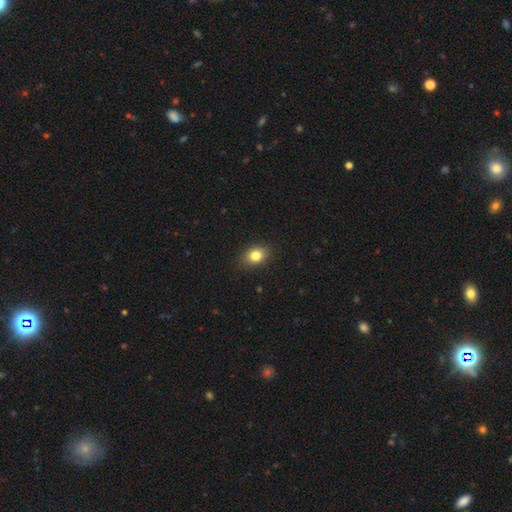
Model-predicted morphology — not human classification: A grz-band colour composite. It shows a smooth galaxy with no disk features (82%) that is in between round and cigar-shaped (63%). Merging: none (87%).